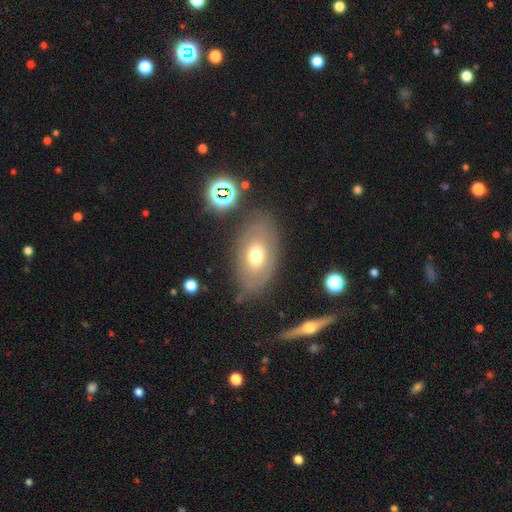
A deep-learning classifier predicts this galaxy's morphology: type=smooth (52%); roundness=in between (89%); merging=none (73%).